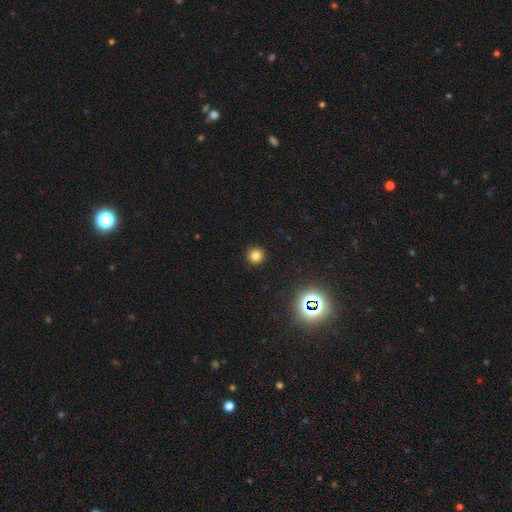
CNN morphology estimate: Smooth or featured? Predicted: smooth (p=0.78). How rounded? Predicted: round (p=0.95). Merging? Predicted: none (p=0.92).